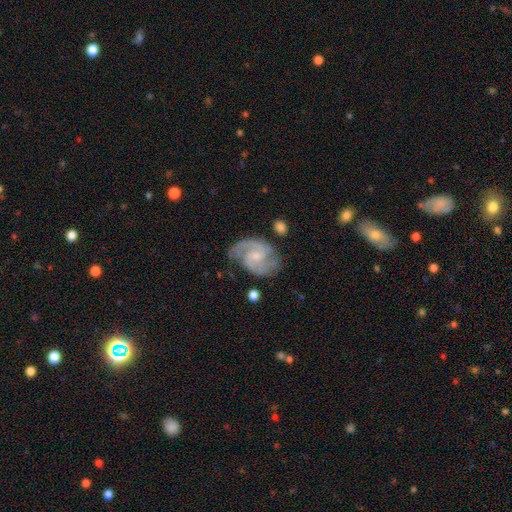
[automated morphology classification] This is clearly a featured or disk galaxy (90%). It is clearly not viewed edge-on (98%). Bar: possibly no (51%). Spiral arm pattern: clearly yes (98%). Spiral arm count: clearly 2 (82%). Spiral winding: possibly medium (54%). Central bulge: likely small (67%). Merging: likely none (71%).